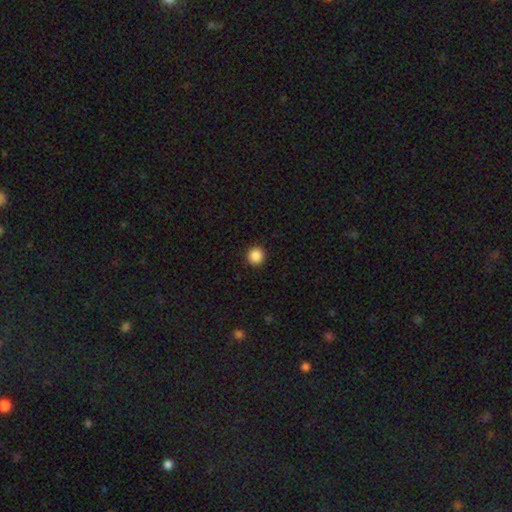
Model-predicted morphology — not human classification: smooth-or-featured: smooth: 88% | star or artifact: 9% | featured or disk: 3%
  how-rounded: round: 94% | in between: 5% | cigar-shaped: 1%
  merging: none: 92% | minor disturbance: 5% | major disturbance: 2% | merger: 1%